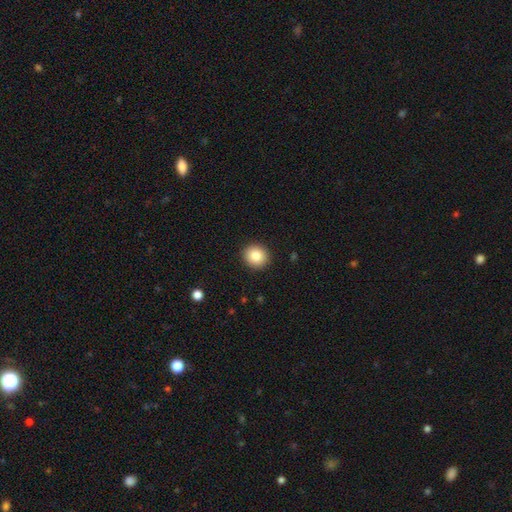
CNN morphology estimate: A smooth galaxy with no disk features (85%) that is round (88%). Merging: none (92%).